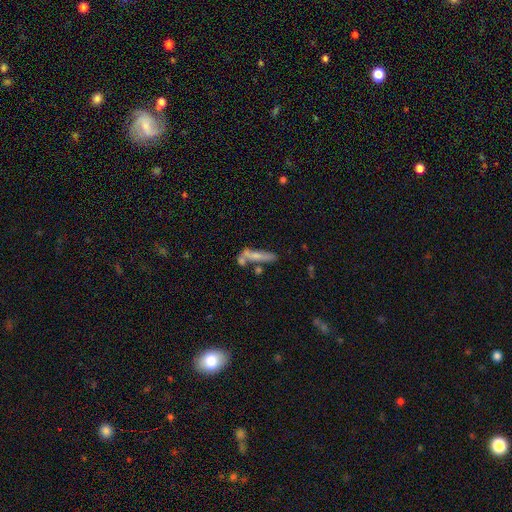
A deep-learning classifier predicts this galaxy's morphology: smooth 60%, featured or disk 31%, star or artifact 9%. Down the decision tree: how rounded — cigar-shaped (83%); merging — none (47%).